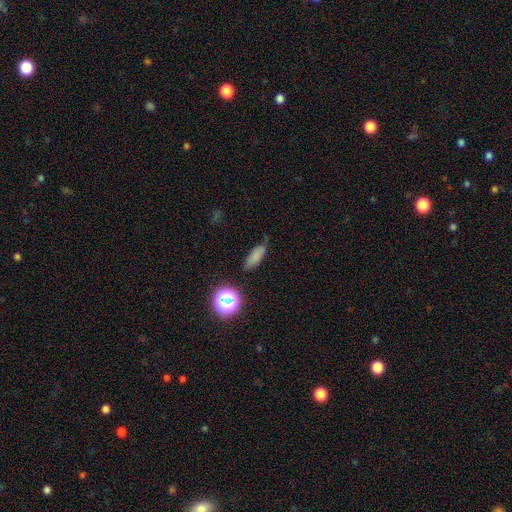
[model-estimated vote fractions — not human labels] smooth_or_featured: smooth (p=0.77) [alt: star or artifact p=0.14]
how_rounded: in between (p=0.65) [alt: cigar-shaped p=0.30]
merging: none (p=0.70) [alt: minor disturbance p=0.22]